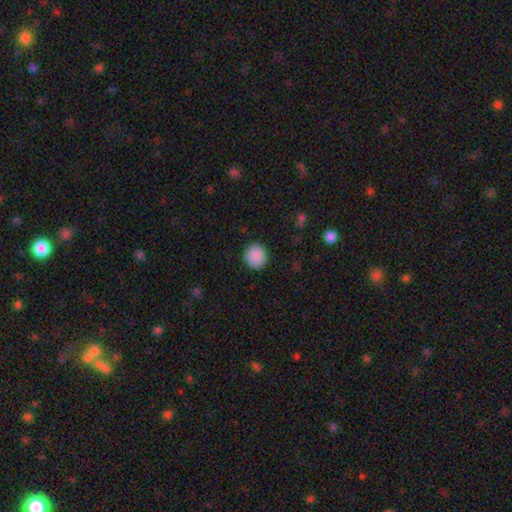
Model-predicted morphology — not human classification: type=smooth (89%); roundness=round (92%); merging=none (91%).